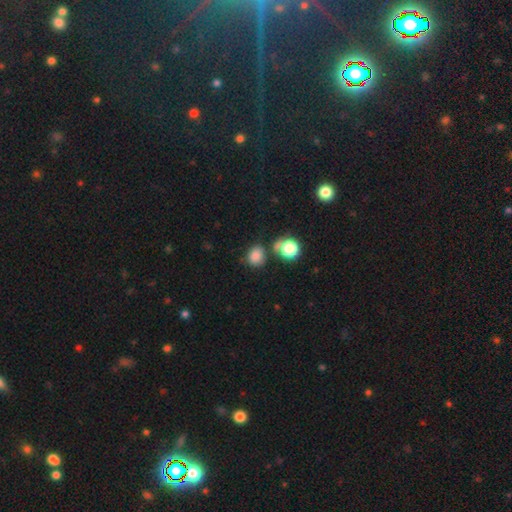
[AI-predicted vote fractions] This is likely a smooth galaxy (79%). How rounded: likely round (68%). Merging: likely none (65%).